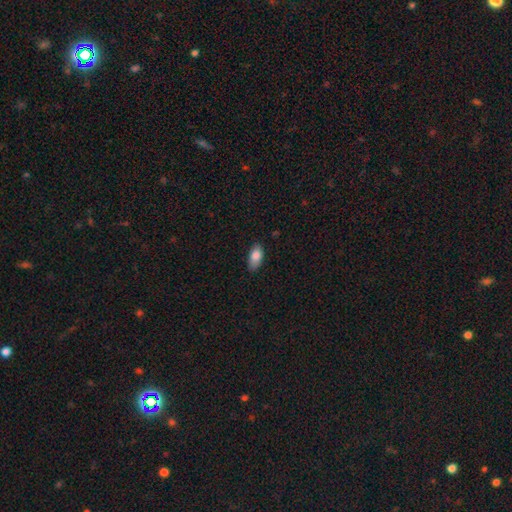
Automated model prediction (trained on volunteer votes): This is clearly a smooth galaxy (84%). How rounded: clearly in between (90%). Merging: likely none (75%).